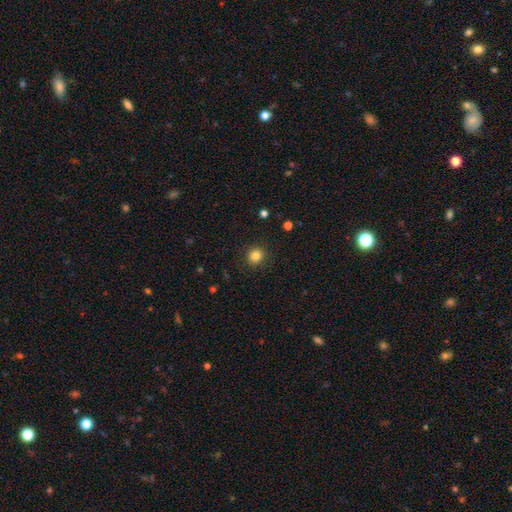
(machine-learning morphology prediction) A smooth galaxy with no disk features (83%) that is round (91%). Merging: none (91%).